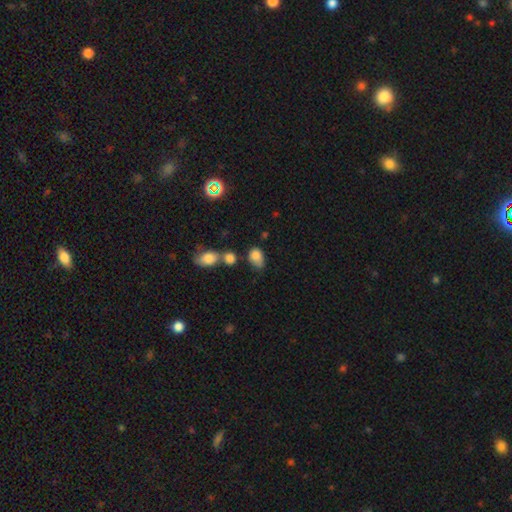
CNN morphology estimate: Overall: smooth (80%). How rounded: in between (75%). Merging: none (37%; minor disturbance 28%).